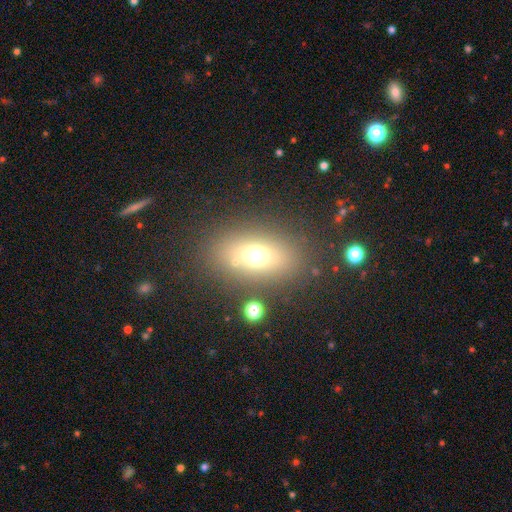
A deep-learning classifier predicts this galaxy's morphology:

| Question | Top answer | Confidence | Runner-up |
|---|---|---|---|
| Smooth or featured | smooth | 65% | featured or disk (18%) |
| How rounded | in between | 75% | round (20%) |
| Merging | none | 80% | minor disturbance (10%) |